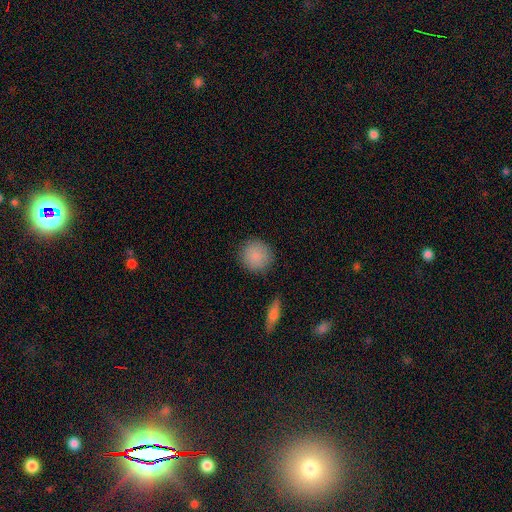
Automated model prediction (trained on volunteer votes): The model was most divided on "smooth or featured": smooth: 87%, star or artifact: 7%, featured or disk: 5%. More confident: how rounded — round (93%); merging — none (89%).